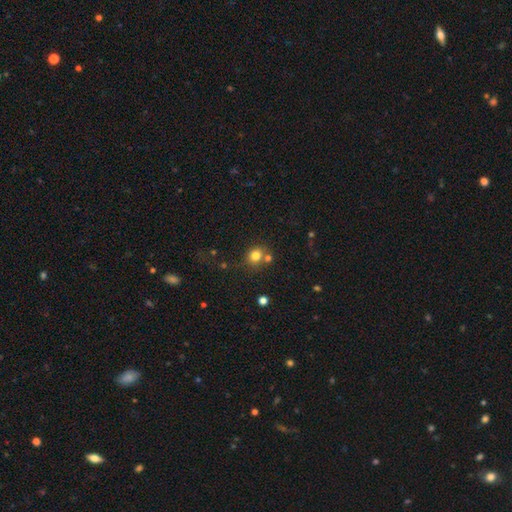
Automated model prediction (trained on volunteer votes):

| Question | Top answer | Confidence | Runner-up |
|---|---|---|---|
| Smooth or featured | smooth | 78% | star or artifact (13%) |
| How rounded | round | 81% | in between (18%) |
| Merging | none | 63% | merger (22%) |